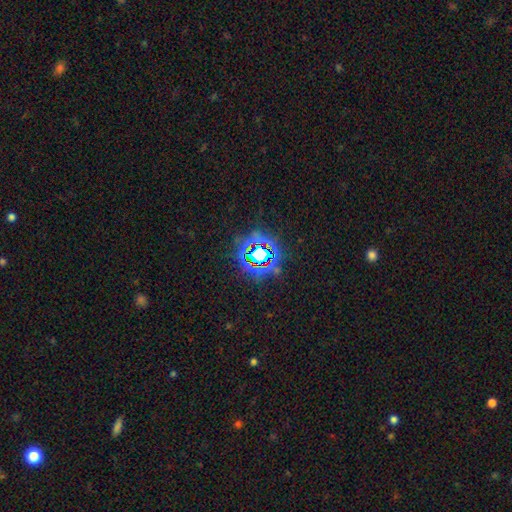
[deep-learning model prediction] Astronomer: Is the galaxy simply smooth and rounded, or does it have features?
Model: star or artifact — 79%.